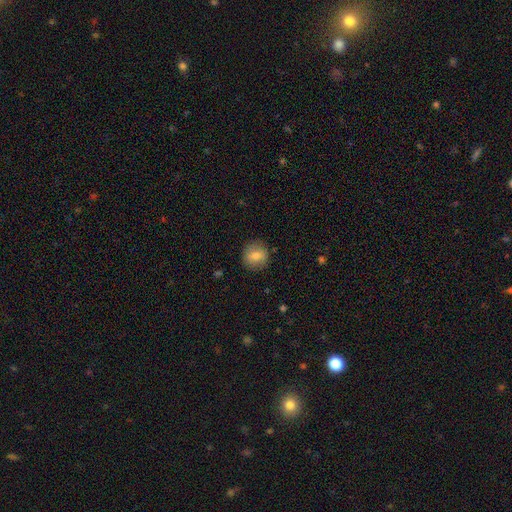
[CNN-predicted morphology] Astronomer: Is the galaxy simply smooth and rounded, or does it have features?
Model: smooth — 73%.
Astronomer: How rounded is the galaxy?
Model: round — 88%.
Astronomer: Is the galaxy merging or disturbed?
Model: none — 88%.